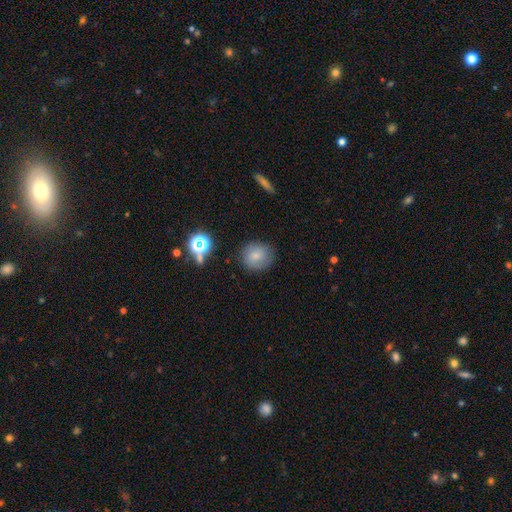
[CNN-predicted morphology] Smooth or featured? Predicted: smooth (p=0.76). How rounded? Predicted: round (p=0.81). Merging? Predicted: none (p=0.80).